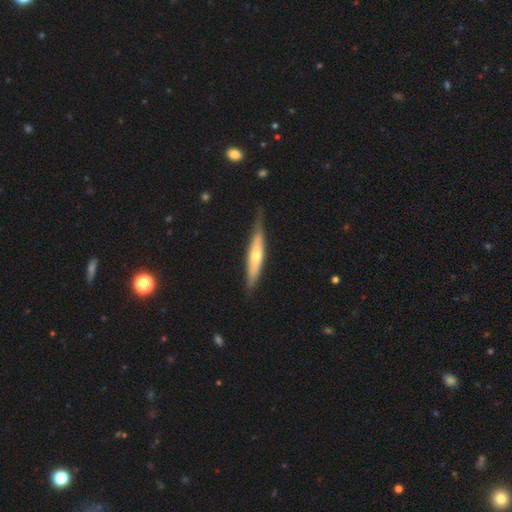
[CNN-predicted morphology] Overall: featured or disk (52%; smooth 43%). Edge-on disk: yes (84%). Merging: none (73%).